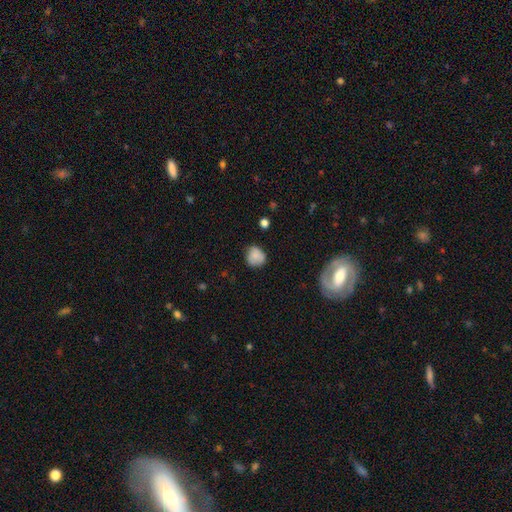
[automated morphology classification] Smooth or featured?
  - smooth: 84% *
  - star or artifact: 9%
  - featured or disk: 8%
How rounded?
  - round: 82% *
  - in between: 17%
  - cigar-shaped: 1%
Merging?
  - none: 73% *
  - minor disturbance: 21%
  - major disturbance: 4%
  - merger: 2%